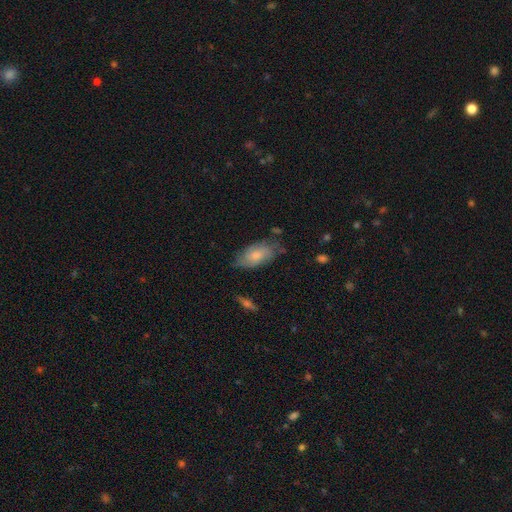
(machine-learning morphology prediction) smooth_or_featured: smooth (p=0.63) [alt: featured or disk p=0.30]
how_rounded: in between (p=0.91) [alt: cigar-shaped p=0.06]
merging: none (p=0.65) [alt: minor disturbance p=0.27]